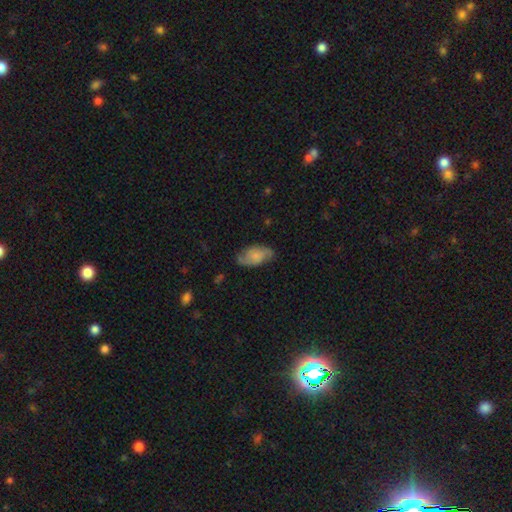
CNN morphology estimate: Overall: smooth (47%; featured or disk 45%). Merging: none (67%).